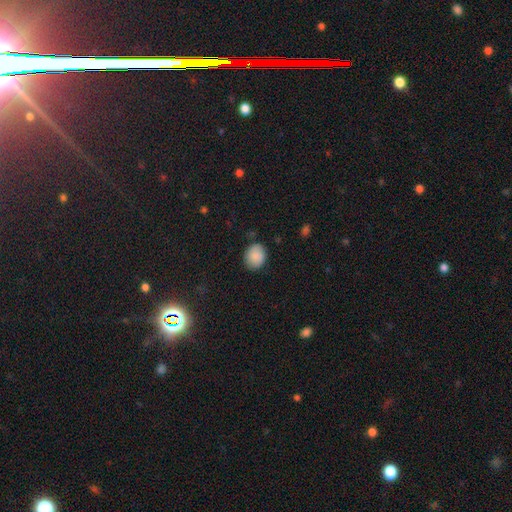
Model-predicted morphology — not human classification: This appears to be a smooth galaxy with no disk features (86%) that is round (64%). Merging: none (82%).